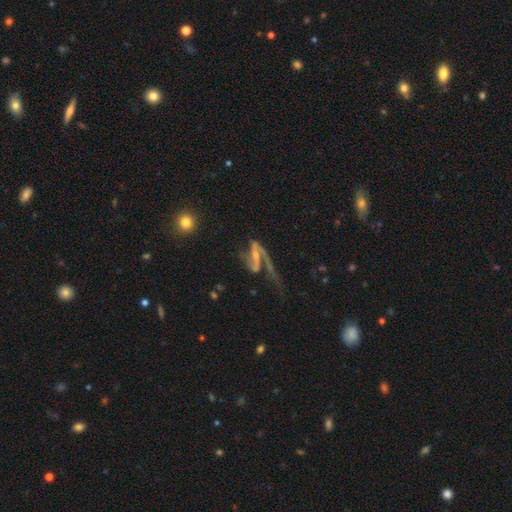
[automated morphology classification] Smooth or featured: featured or disk — 83% (smooth — 10%)
Edge-on disk: no — 92% (yes — 8%)
Bar: strong — 50% (weak — 30%)
Spiral arms: yes — 88% (no — 12%)
Spiral winding: loose — 69% (medium — 23%)
Spiral arm count: 2 — 72% (1 — 21%)
Bulge size: small — 57% (moderate — 28%)
Merging: major disturbance — 48% (none — 29%)